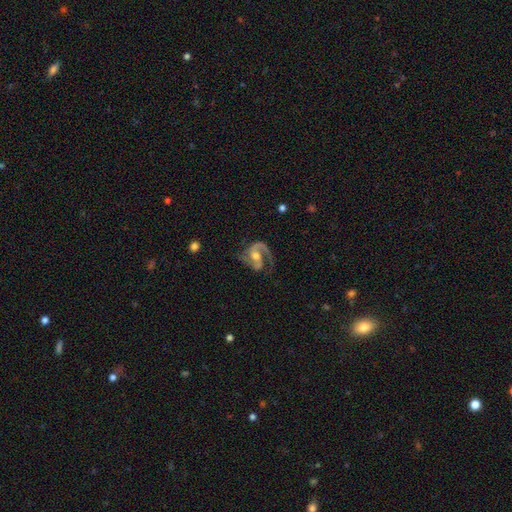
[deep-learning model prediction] featured or disk 90%, smooth 5%, star or artifact 5%. Down the decision tree: edge-on disk — no (98%); bar — no (41%, tied with weak); spiral arms — yes (97%); spiral arm count — 2 (83%); spiral winding — medium (57%); bulge size — moderate (67%); merging — none (60%).